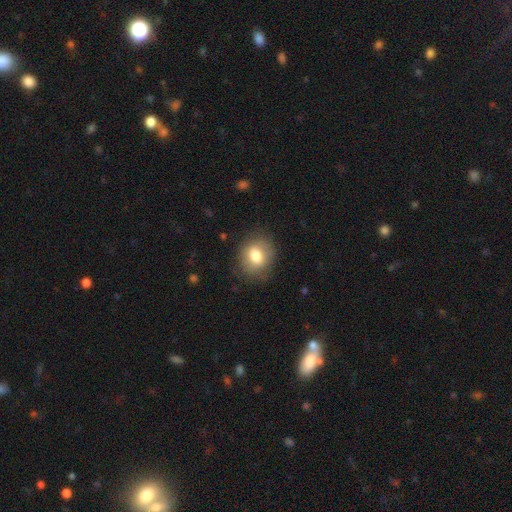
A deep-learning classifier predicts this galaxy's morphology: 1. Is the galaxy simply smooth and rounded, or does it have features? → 77% smooth, 15% featured or disk, 8% star or artifact.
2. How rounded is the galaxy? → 60% round, 39% in between, 1% cigar-shaped.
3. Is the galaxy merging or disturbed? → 80% none, 14% minor disturbance, 5% major disturbance, 1% merger.